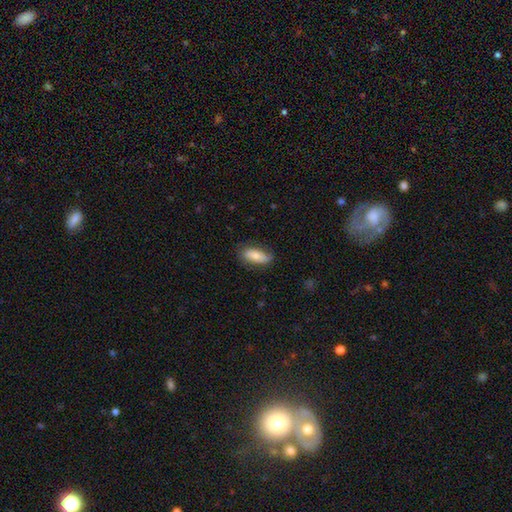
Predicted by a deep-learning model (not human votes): Q: Smooth or featured?
A: smooth (73%); runner-up: featured or disk (21%)
Q: How rounded?
A: in between (82%); runner-up: cigar-shaped (15%)
Q: Merging?
A: none (70%); runner-up: minor disturbance (23%)